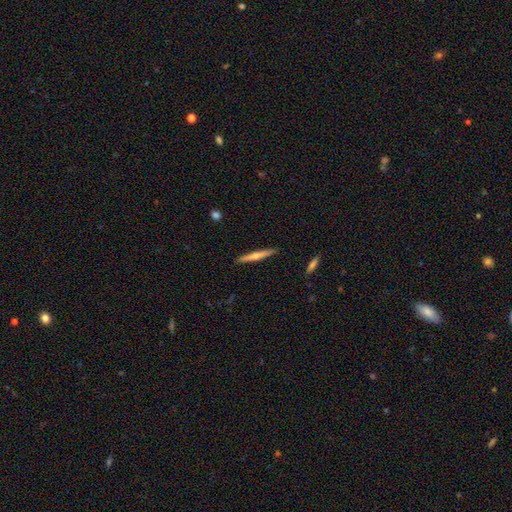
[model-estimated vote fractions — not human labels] Smooth or featured? Predicted: smooth (p=0.49). Merging? Predicted: none (p=0.91).